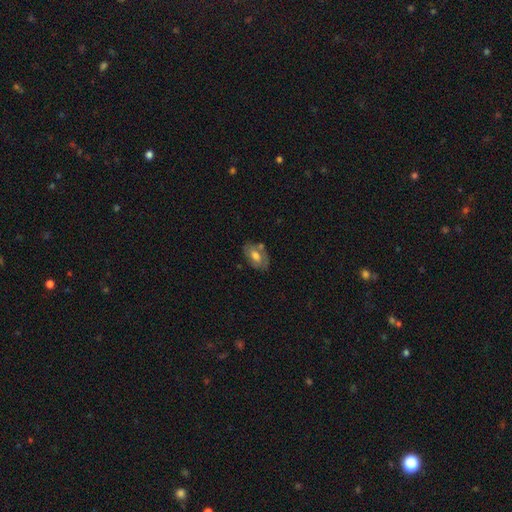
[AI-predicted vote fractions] Overall: smooth (54%; featured or disk 38%). How rounded: in between (89%). Merging: none (61%; minor disturbance 22%).